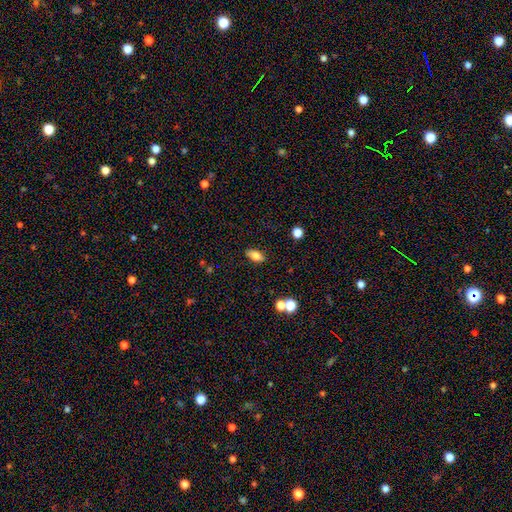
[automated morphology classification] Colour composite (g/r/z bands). It shows a smooth galaxy with no disk features (76%) that is in between round and cigar-shaped (84%). Merging: none (85%).